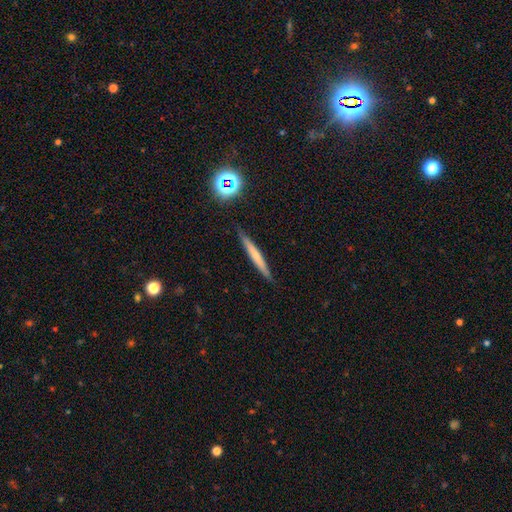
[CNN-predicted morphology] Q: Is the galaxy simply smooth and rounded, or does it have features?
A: smooth — 50%.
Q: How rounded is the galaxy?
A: cigar-shaped — 95%.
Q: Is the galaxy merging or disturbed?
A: none — 87%.